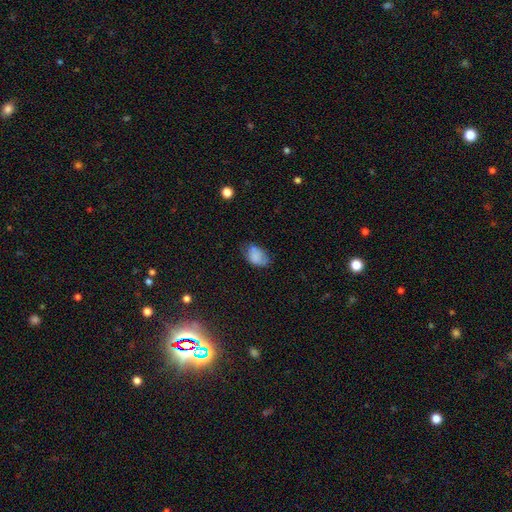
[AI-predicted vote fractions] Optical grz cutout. It shows a smooth galaxy with no disk features (78%) that is in between round and cigar-shaped (86%). Merging: none (54%).